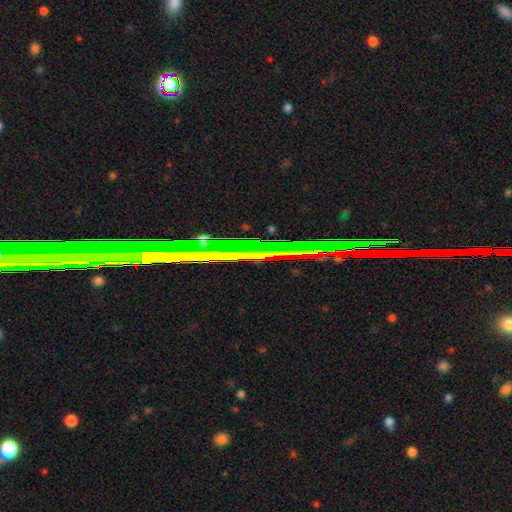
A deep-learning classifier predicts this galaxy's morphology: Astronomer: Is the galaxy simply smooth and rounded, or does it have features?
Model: star or artifact — 73%.